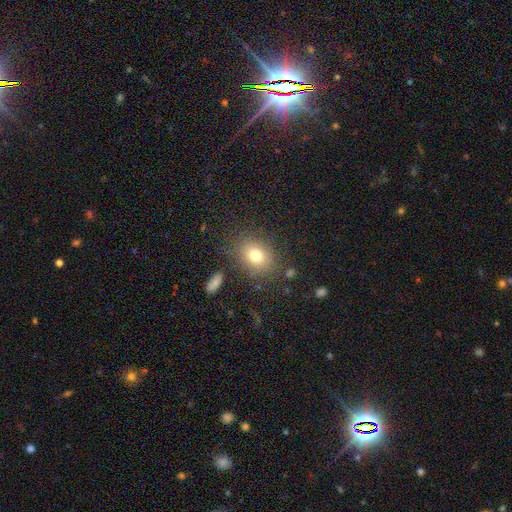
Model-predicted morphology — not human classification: smooth 77%, star or artifact 12%, featured or disk 11%. Down the decision tree: how rounded — in between (56%); merging — none (81%).